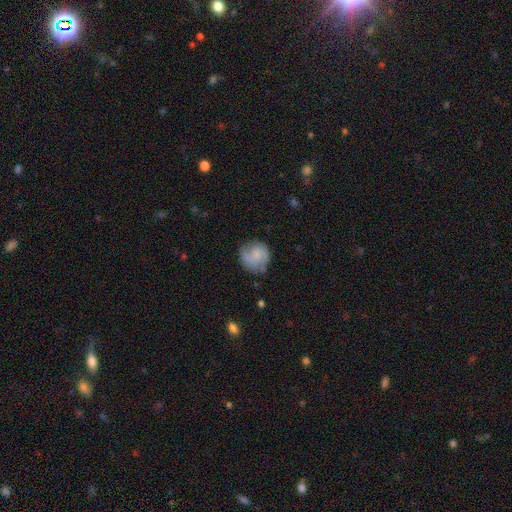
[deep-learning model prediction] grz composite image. It shows a featured or disk galaxy (47%). Merging: none (70%).